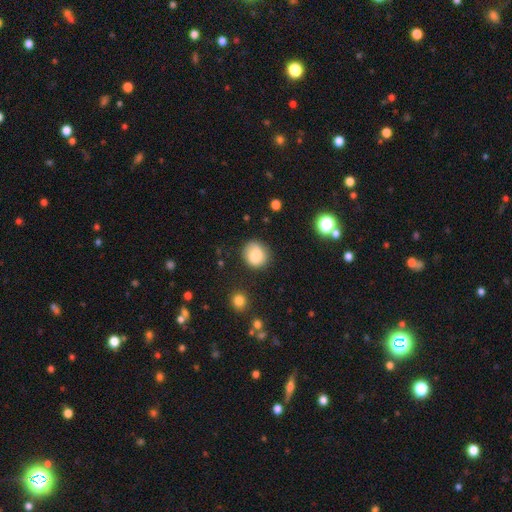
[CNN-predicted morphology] type=smooth (81%); roundness=round (84%); merging=none (82%).